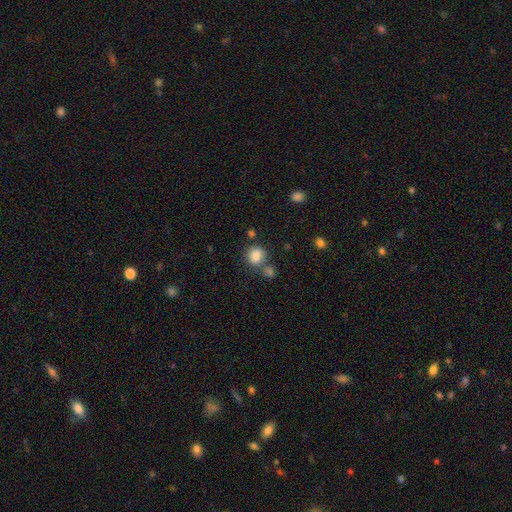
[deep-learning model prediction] The model was most divided on "merging": none: 60%, merger: 23%, minor disturbance: 12%, major disturbance: 5%. More confident: smooth or featured — smooth (85%); how rounded — round (75%).